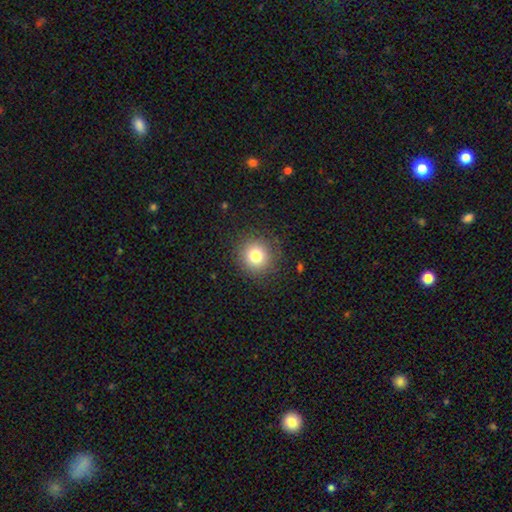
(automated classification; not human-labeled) smooth_or_featured: smooth (p=0.78) [alt: star or artifact p=0.13]
how_rounded: round (p=0.92) [alt: in between p=0.07]
merging: none (p=0.87) [alt: minor disturbance p=0.08]